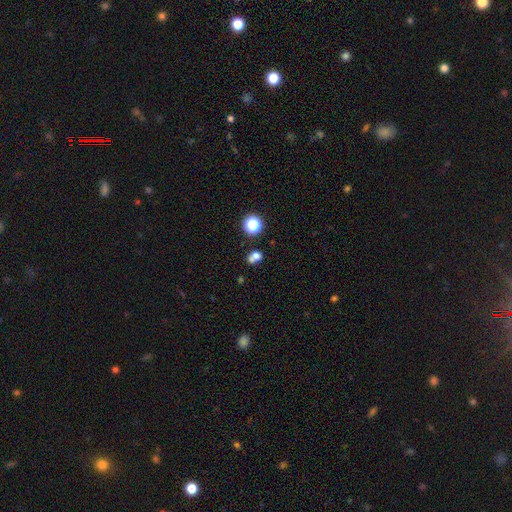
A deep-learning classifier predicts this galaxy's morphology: Smooth or featured: smooth — 70% (star or artifact — 17%)
How rounded: round — 64% (in between — 35%)
Merging: merger — 46% (none — 38%)